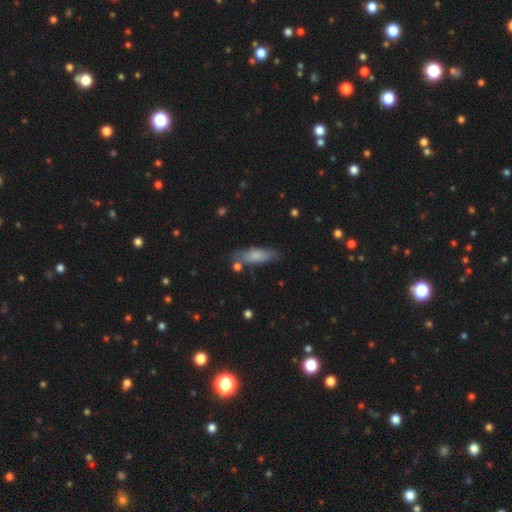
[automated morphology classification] The model was most divided on "how rounded": in between: 59%, cigar-shaped: 39%, round: 2%. More confident: smooth or featured — smooth (77%); merging — none (66%).